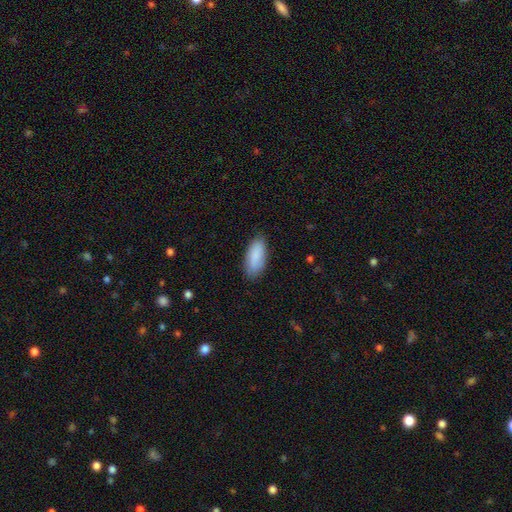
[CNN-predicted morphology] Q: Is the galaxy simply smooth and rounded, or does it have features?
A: smooth — 87%.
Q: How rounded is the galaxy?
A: in between — 85%.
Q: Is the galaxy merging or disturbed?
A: none — 83%.